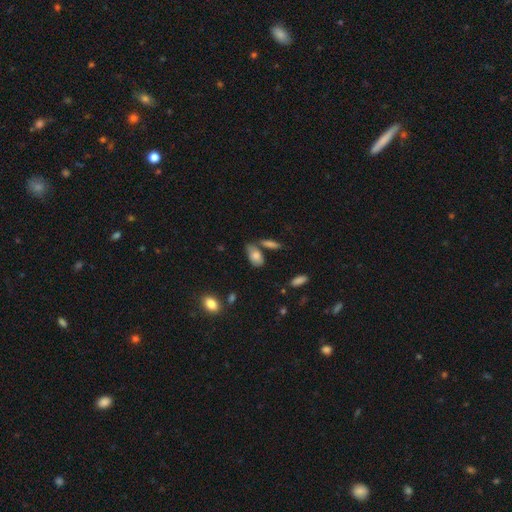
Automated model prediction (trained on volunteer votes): A smooth galaxy with no disk features (78%) that is in between round and cigar-shaped (89%).

Vote fractions:
- Smooth or featured? smooth: 78% / featured or disk: 14% / star or artifact: 8%
- How rounded? in between: 89% / cigar-shaped: 6% / round: 5%
- Merging? none: 54% / minor disturbance: 24% / merger: 14% / major disturbance: 8%